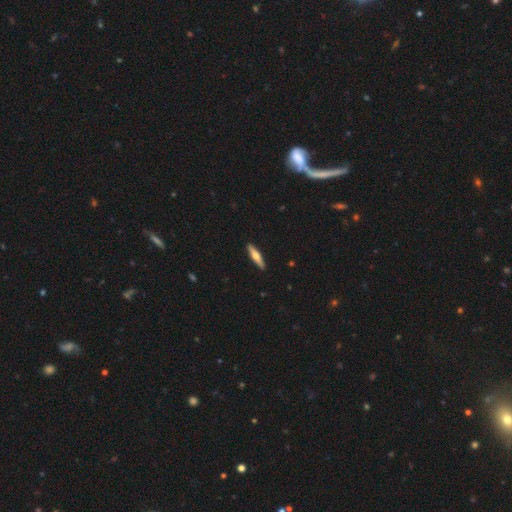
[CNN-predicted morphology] This appears to be a smooth galaxy with no disk features (48%). Merging: none (91%).